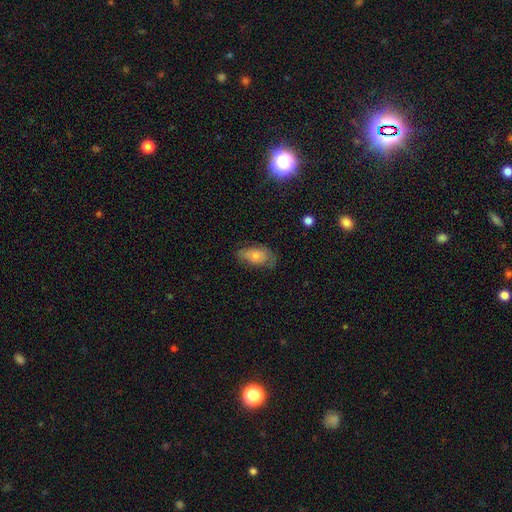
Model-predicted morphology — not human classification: Q: Smooth or featured?
A: smooth (64%); runner-up: featured or disk (29%)
Q: How rounded?
A: in between (91%); runner-up: round (6%)
Q: Merging?
A: none (56%); runner-up: minor disturbance (30%)